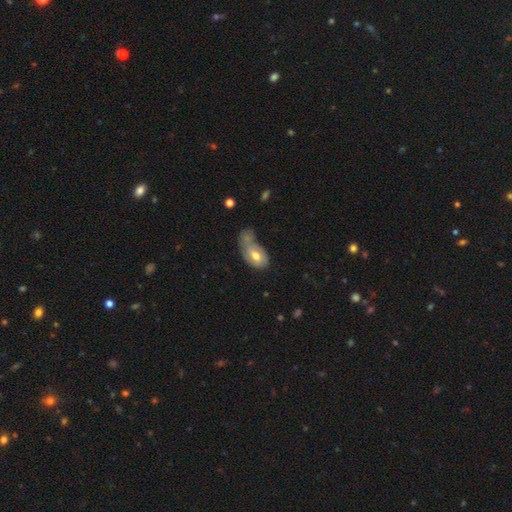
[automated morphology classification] A smooth galaxy with no disk features (64%) that is in between round and cigar-shaped (91%). Merging: merger (27%).